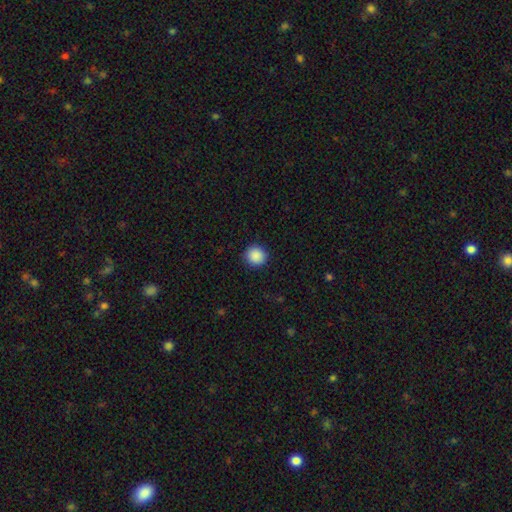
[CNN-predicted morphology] Overall: smooth (89%). How rounded: round (92%). Merging: none (92%).